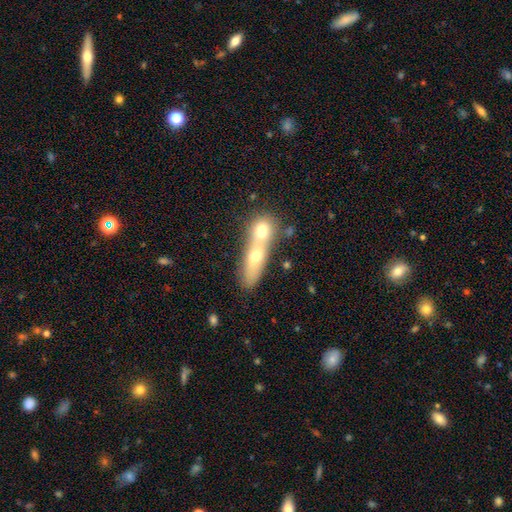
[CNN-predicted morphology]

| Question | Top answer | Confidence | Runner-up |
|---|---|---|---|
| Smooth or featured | smooth | 58% | featured or disk (33%) |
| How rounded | in between | 44% | cigar-shaped (40%) |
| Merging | merger | 64% | none (26%) |